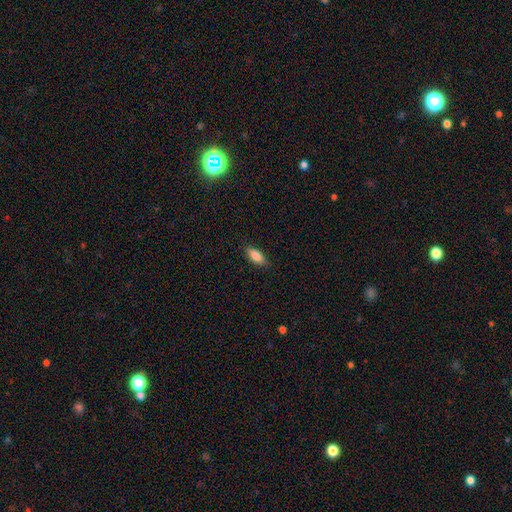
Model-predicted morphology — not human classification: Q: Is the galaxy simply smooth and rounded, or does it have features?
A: smooth — 86%.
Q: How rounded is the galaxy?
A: in between — 81%.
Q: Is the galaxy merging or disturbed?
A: none — 86%.